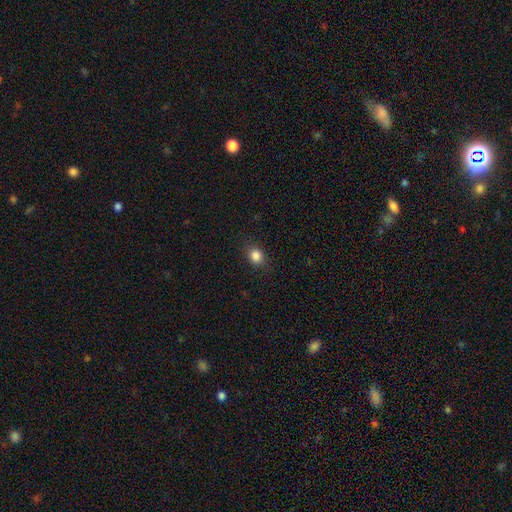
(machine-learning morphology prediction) smooth-or-featured: smooth: 84% | star or artifact: 11% | featured or disk: 5%
  how-rounded: round: 56% | in between: 42% | cigar-shaped: 1%
  merging: none: 85% | minor disturbance: 11% | major disturbance: 3% | merger: 1%